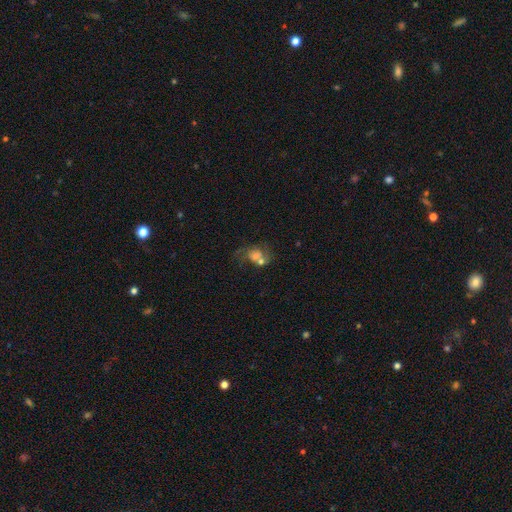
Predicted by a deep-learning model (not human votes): featured or disk 47%, smooth 36%, star or artifact 17%. Down the decision tree: merging — merger (38%).